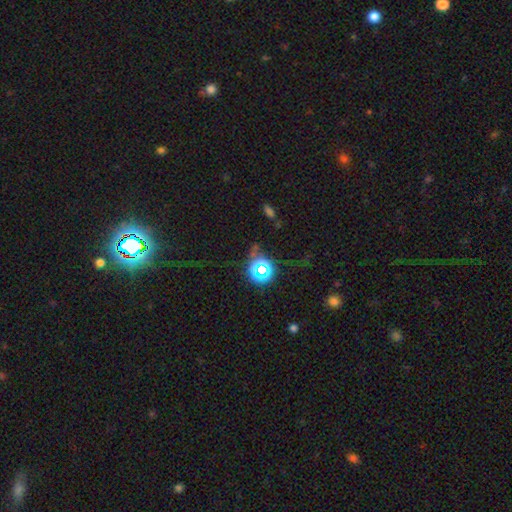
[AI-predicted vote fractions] Smooth or featured: star or artifact — 47% (smooth — 43%)